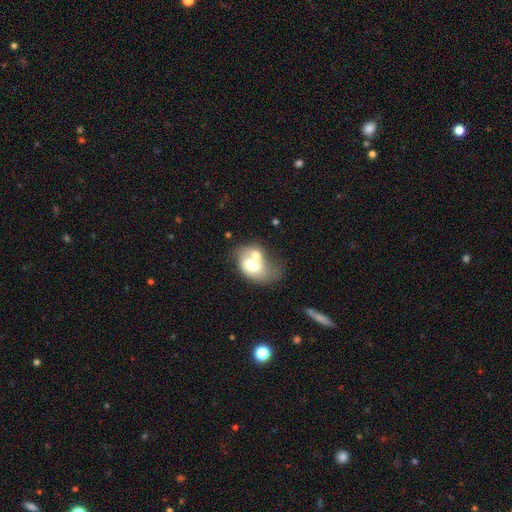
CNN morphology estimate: Q: Smooth or featured?
A: smooth (59%); runner-up: featured or disk (34%)
Q: How rounded?
A: in between (70%); runner-up: round (29%)
Q: Merging?
A: merger (62%); runner-up: none (16%)